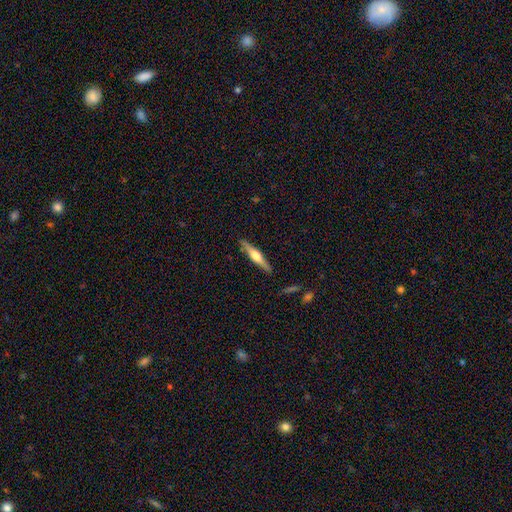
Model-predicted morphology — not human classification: Smooth or featured? Predicted: featured or disk (p=0.67). Edge-on disk? Predicted: yes (p=0.97). Edge-on bulge? Predicted: rounded (p=0.90). Merging? Predicted: none (p=0.89).